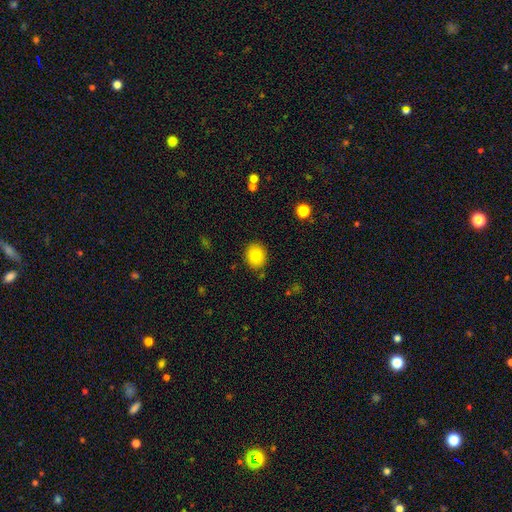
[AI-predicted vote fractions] This appears to be a smooth galaxy with no disk features (79%) that is round (63%). Merging: none (86%).